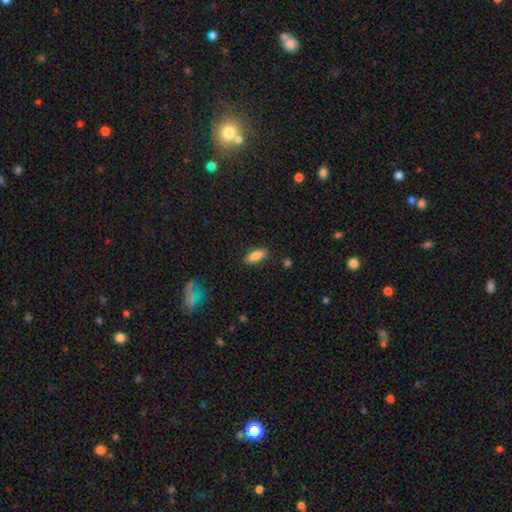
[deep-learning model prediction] The model was most divided on "how rounded": in between: 76%, cigar-shaped: 21%, round: 2%. More confident: merging — none (86%); smooth or featured — smooth (81%).